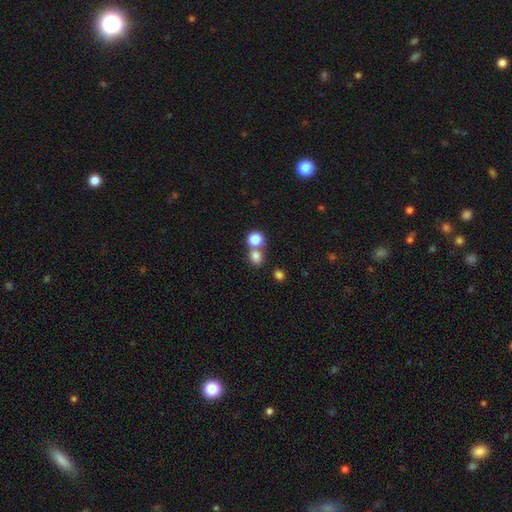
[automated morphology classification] type=smooth (79%); roundness=round (74%); merging=none (52%).